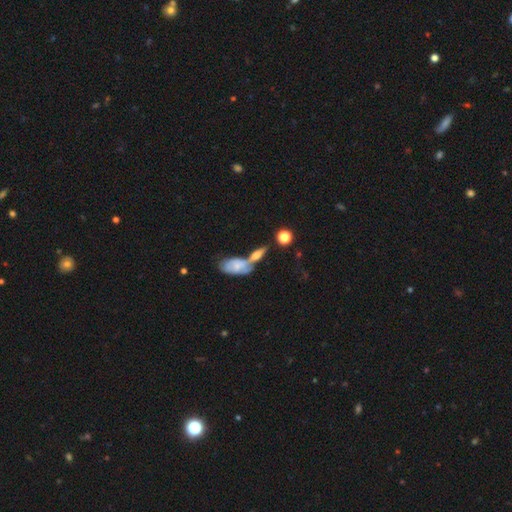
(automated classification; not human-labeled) This appears to be a smooth galaxy with no disk features (46%). Merging: merger (45%).